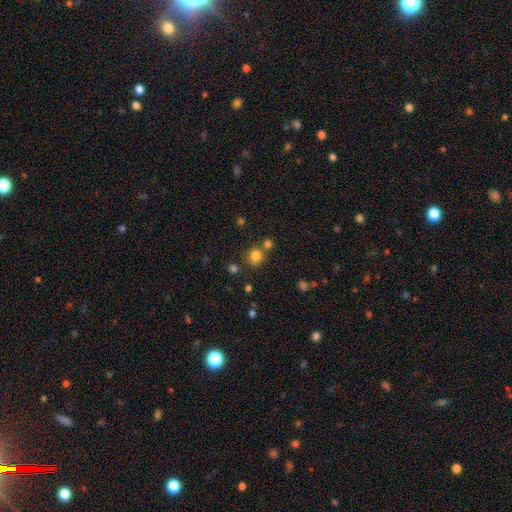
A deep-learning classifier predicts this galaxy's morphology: Smooth or featured?
  - smooth: 79% *
  - star or artifact: 14%
  - featured or disk: 7%
How rounded?
  - round: 80% *
  - in between: 19%
  - cigar-shaped: 1%
Merging?
  - none: 67% *
  - merger: 19%
  - minor disturbance: 10%
  - major disturbance: 4%